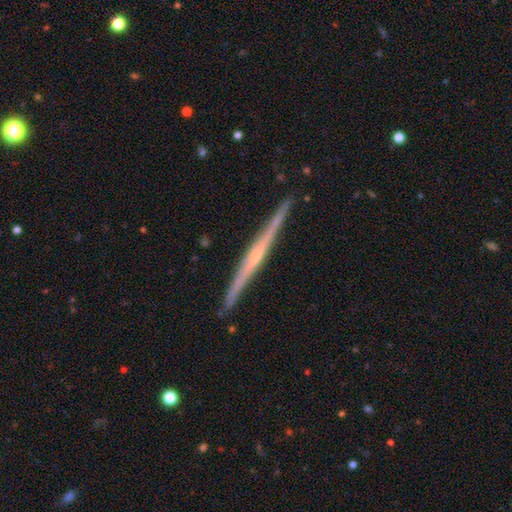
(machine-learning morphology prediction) Smooth or featured? Predicted: featured or disk (p=0.78). Edge-on disk? Predicted: yes (p=0.98). Edge-on bulge? Predicted: none (p=0.46). Merging? Predicted: none (p=0.91).